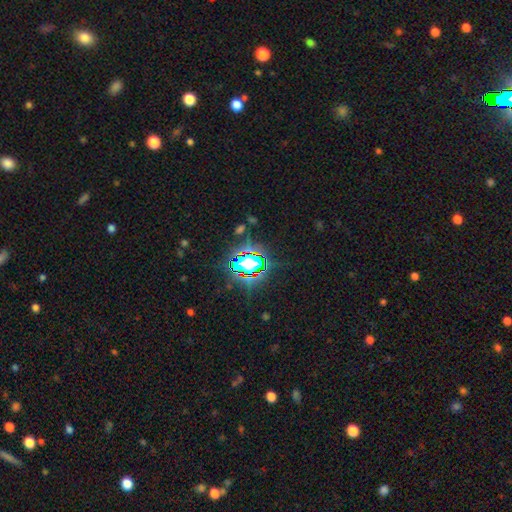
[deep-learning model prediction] Smooth or featured: star or artifact — 74% (smooth — 15%)